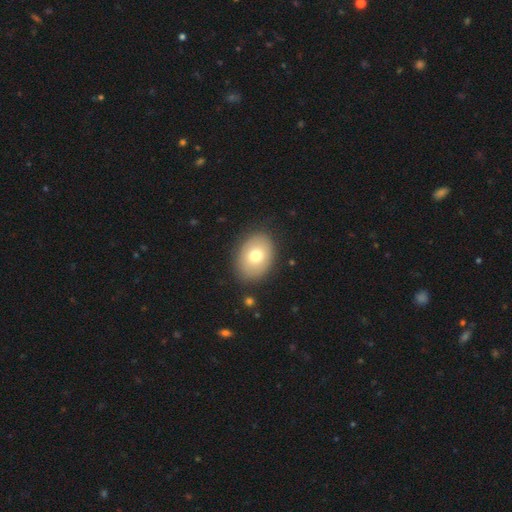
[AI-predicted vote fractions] Overall: smooth (72%). How rounded: in between (71%). Merging: none (86%).